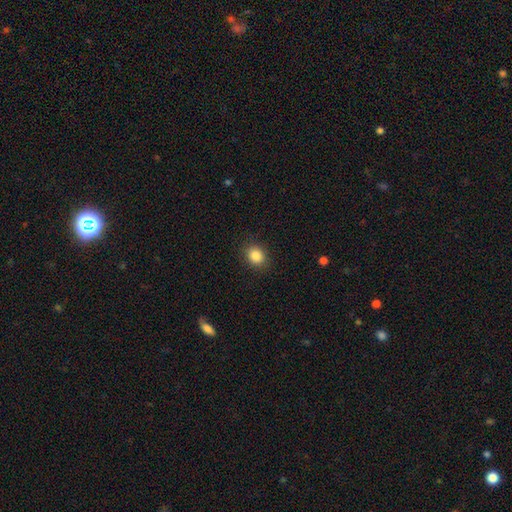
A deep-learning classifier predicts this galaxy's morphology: This appears to be a smooth galaxy with no disk features (86%) that is round (59%). Merging: none (88%).